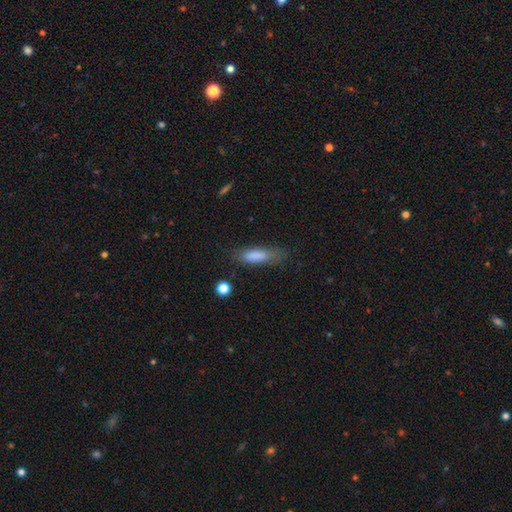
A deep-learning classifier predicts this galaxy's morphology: type=smooth (81%); roundness=cigar-shaped (55%); merging=none (67%).